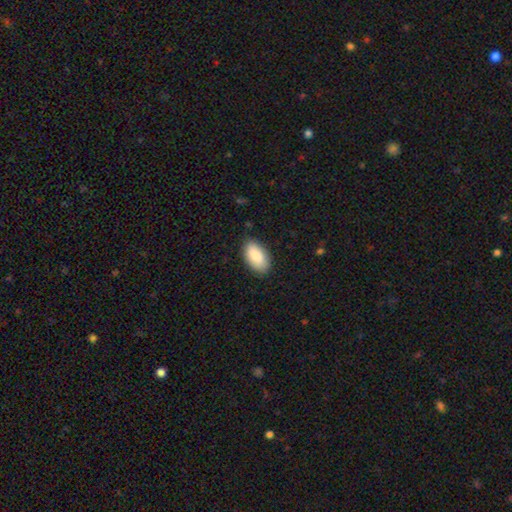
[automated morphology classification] A smooth galaxy with no disk features (86%) that is in between round and cigar-shaped (95%).

Vote fractions:
- Smooth or featured? smooth: 86% / featured or disk: 8% / star or artifact: 6%
- How rounded? in between: 95% / round: 3% / cigar-shaped: 3%
- Merging? none: 83% / minor disturbance: 13% / major disturbance: 2% / merger: 1%